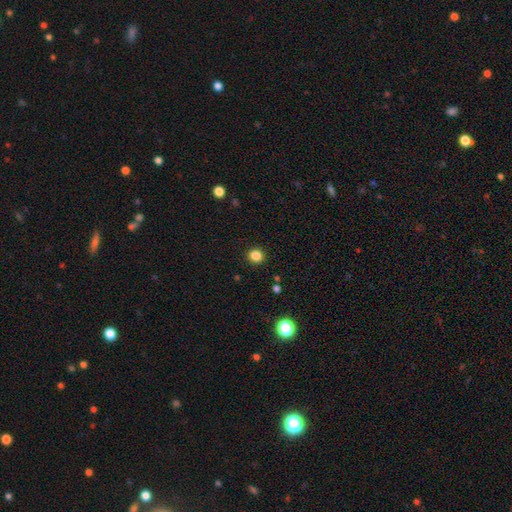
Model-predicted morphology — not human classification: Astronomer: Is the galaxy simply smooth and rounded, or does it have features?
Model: smooth — 84%.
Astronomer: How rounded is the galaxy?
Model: round — 85%.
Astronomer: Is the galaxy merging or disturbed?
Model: none — 92%.